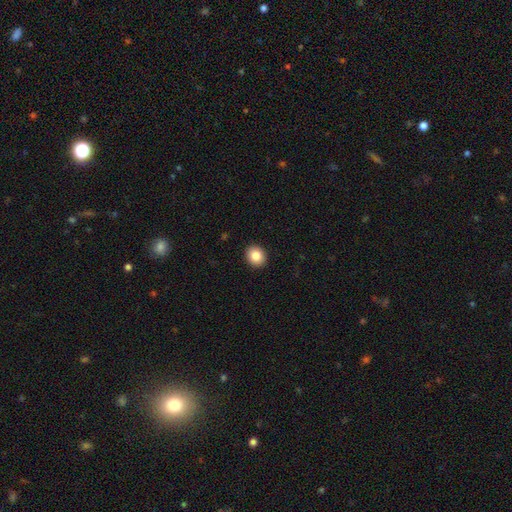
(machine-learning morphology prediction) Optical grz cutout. It shows a smooth galaxy with no disk features (84%) that is round (73%). Merging: none (92%).